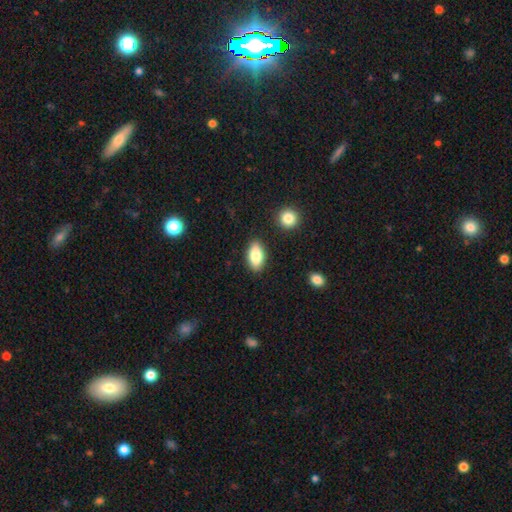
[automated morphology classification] Smooth or featured? Predicted: smooth (p=0.83). How rounded? Predicted: in between (p=0.91). Merging? Predicted: none (p=0.86).